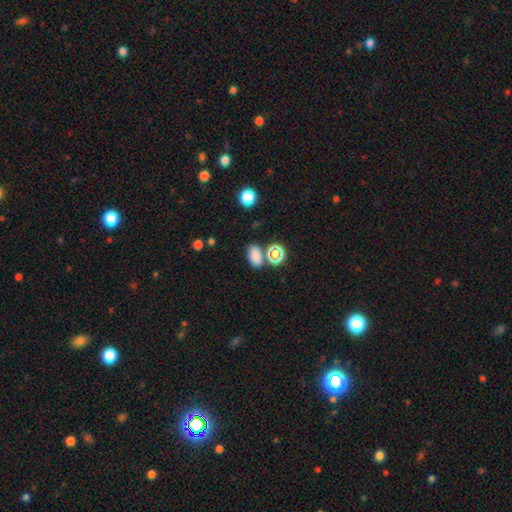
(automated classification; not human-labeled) This appears to be a smooth galaxy with no disk features (78%) that is in between round and cigar-shaped (84%). Merging: none (76%).